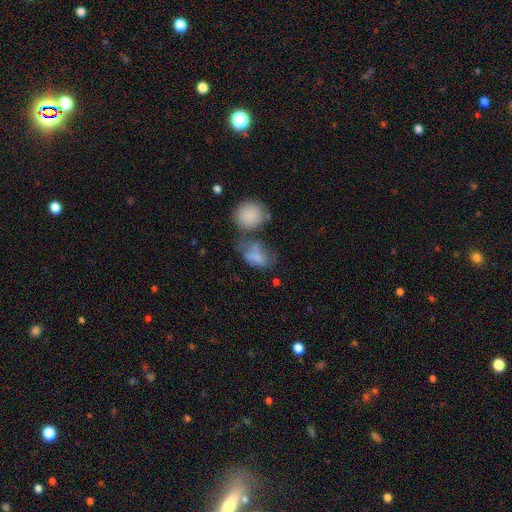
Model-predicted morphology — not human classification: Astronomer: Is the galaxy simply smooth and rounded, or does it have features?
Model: smooth — 74%.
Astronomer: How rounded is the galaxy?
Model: in between — 80%.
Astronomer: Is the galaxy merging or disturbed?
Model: merger — 36% (runner-up: none, 29%).